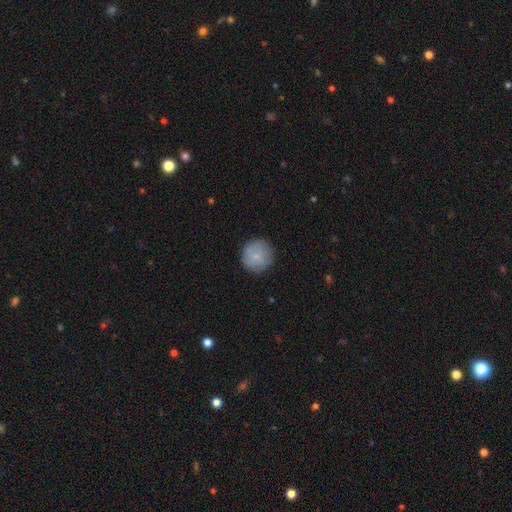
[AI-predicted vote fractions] Q: Smooth or featured?
A: smooth (79%); runner-up: featured or disk (14%)
Q: How rounded?
A: round (95%); runner-up: in between (4%)
Q: Merging?
A: none (84%); runner-up: minor disturbance (12%)